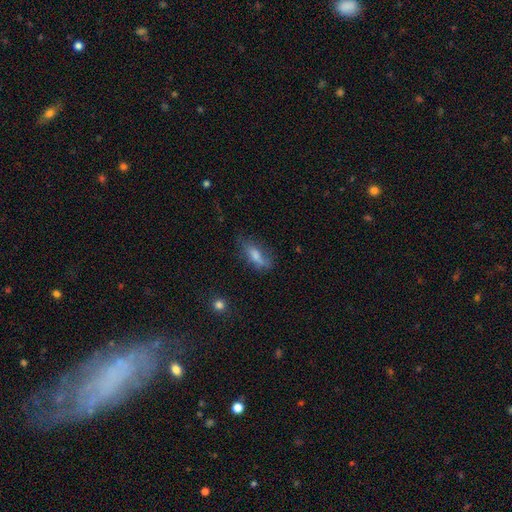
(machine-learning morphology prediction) Smooth or featured: smooth — 60% (featured or disk — 28%)
How rounded: in between — 66% (cigar-shaped — 29%)
Merging: none — 56% (minor disturbance — 27%)